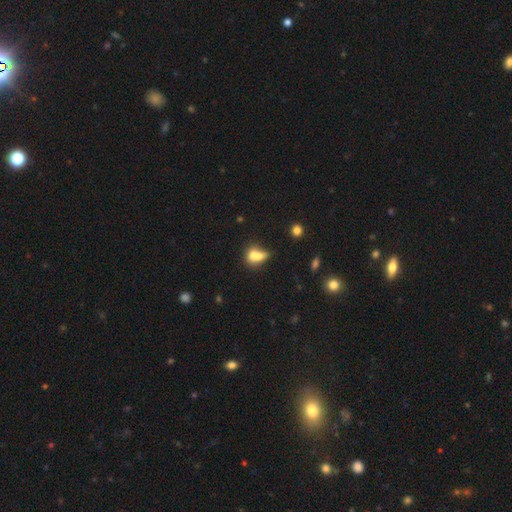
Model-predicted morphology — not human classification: A smooth galaxy with no disk features (71%) that is in between round and cigar-shaped (62%). Merging: merger (55%).